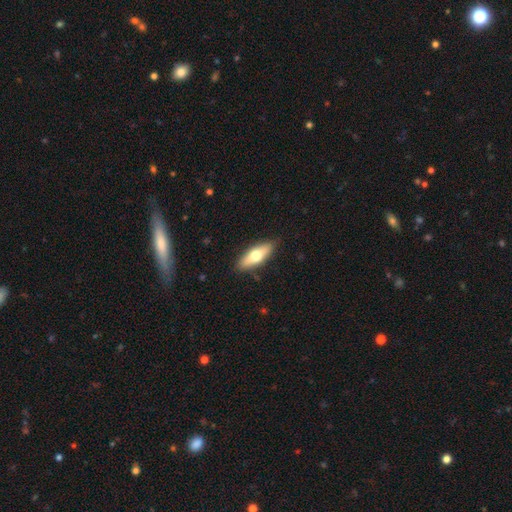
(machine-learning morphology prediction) Smooth or featured? smooth (62%)
How rounded? in between (64%)
Merging? none (87%)